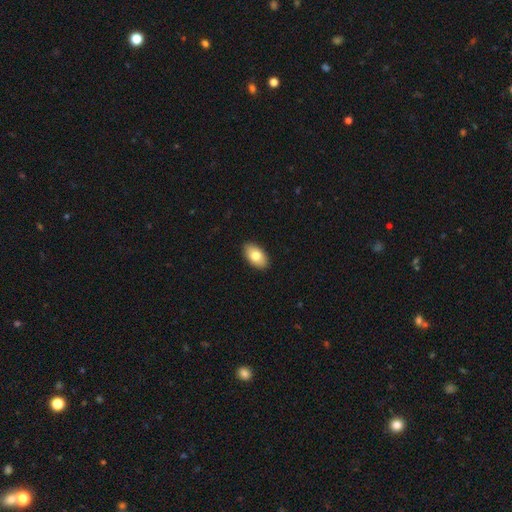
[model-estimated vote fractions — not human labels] This is likely a smooth galaxy (79%). How rounded: clearly in between (94%). Merging: clearly none (90%).